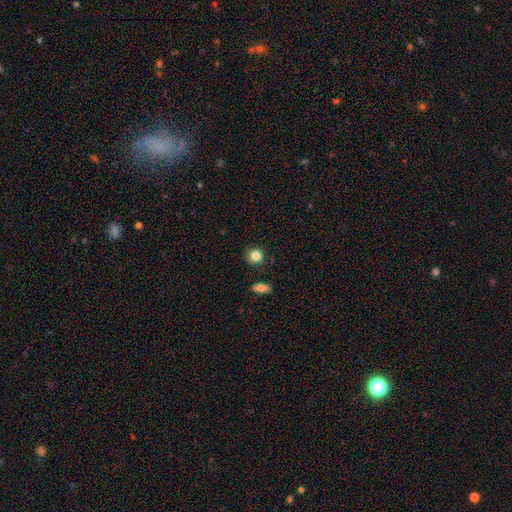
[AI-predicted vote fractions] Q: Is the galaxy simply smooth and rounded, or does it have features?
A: smooth — 84%.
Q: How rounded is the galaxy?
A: round — 88%.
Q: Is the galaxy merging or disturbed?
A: none — 87%.